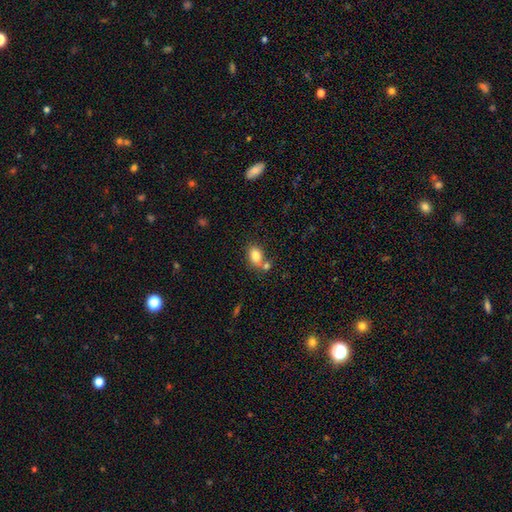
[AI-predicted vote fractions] smooth-or-featured: smooth: 82% | featured or disk: 9% | star or artifact: 9%
  how-rounded: in between: 82% | round: 17% | cigar-shaped: 2%
  merging: none: 58% | merger: 25% | minor disturbance: 13% | major disturbance: 4%